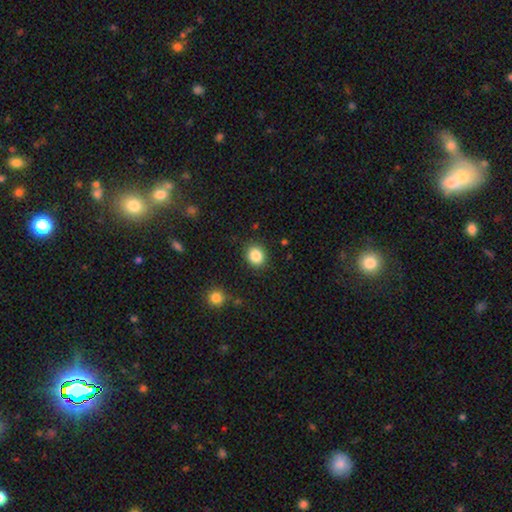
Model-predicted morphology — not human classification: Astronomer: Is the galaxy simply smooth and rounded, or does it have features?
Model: smooth — 86%.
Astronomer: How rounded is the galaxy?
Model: round — 75%.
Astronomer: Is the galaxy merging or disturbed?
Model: none — 88%.